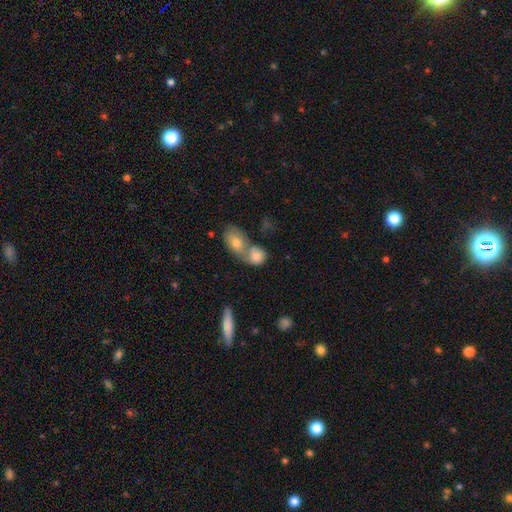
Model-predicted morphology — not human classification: smooth-or-featured: smooth: 77% | featured or disk: 16% | star or artifact: 8%
  how-rounded: in between: 49% (tied) | round: 49% (tied) | cigar-shaped: 3%
  merging: merger: 67% | none: 21% | minor disturbance: 7% | major disturbance: 4%